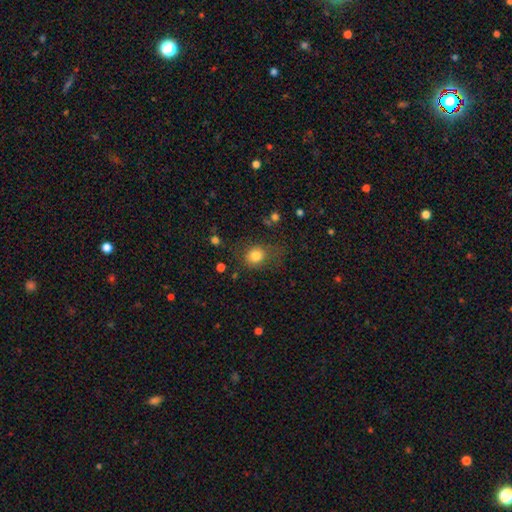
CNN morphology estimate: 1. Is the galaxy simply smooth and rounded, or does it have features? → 81% smooth, 11% star or artifact, 7% featured or disk.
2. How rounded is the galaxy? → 68% round, 31% in between, 1% cigar-shaped.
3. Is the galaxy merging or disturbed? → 65% none, 20% minor disturbance, 11% major disturbance, 3% merger.